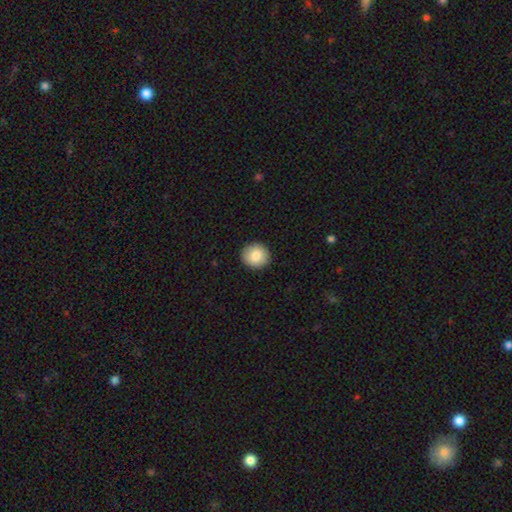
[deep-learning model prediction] smooth_or_featured: smooth (p=0.85) [alt: featured or disk p=0.08]
how_rounded: round (p=0.91) [alt: in between p=0.08]
merging: none (p=0.92) [alt: minor disturbance p=0.06]